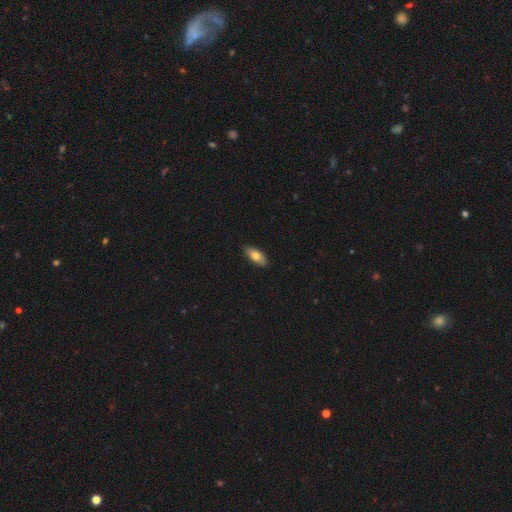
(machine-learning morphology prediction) Overall: smooth (75%). How rounded: in between (85%). Merging: none (88%).